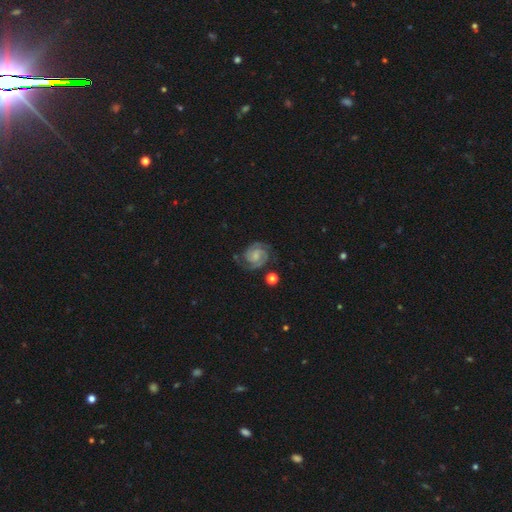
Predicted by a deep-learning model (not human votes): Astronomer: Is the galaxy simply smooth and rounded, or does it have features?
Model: featured or disk — 86%.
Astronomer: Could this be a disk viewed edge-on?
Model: no — 98%.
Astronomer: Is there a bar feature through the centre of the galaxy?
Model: no — 49% (runner-up: weak, 41%).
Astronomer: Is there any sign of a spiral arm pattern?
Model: yes — 98%.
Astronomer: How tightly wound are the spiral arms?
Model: tight — 60% (runner-up: medium, 35%).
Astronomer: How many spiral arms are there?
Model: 2 — 84%.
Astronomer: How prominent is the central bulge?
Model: small — 43% (runner-up: none, 26%).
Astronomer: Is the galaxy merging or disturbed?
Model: none — 75%.